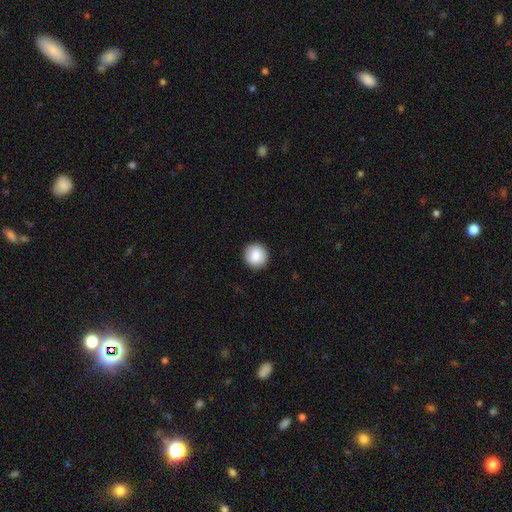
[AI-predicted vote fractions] smooth 86%, star or artifact 7%, featured or disk 7%. Down the decision tree: how rounded — round (94%); merging — none (92%).